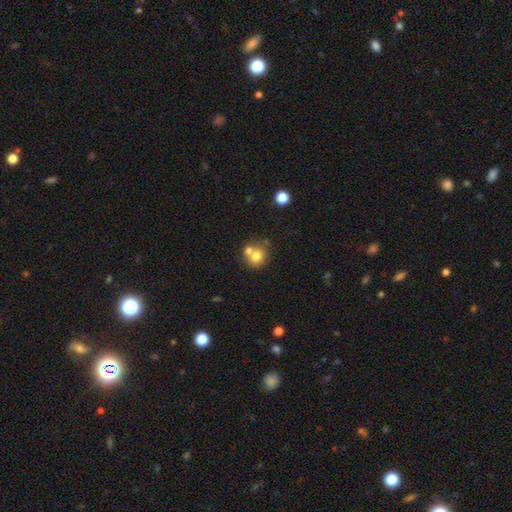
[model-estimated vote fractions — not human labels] smooth-or-featured: smooth: 74% | featured or disk: 15% | star or artifact: 11%
  how-rounded: round: 81% | in between: 18% | cigar-shaped: 1%
  merging: none: 46% | merger: 42% | minor disturbance: 9% | major disturbance: 3%